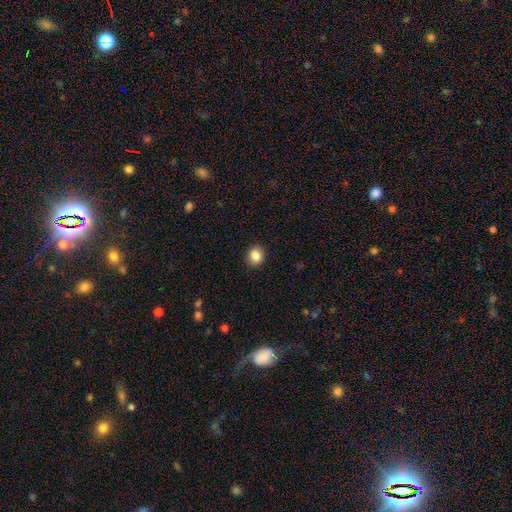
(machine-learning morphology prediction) Smooth or featured? Predicted: smooth (p=0.85). How rounded? Predicted: round (p=0.78). Merging? Predicted: none (p=0.91).